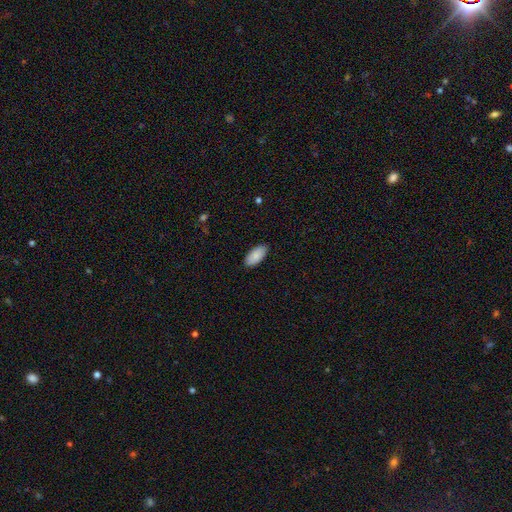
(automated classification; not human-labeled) Smooth or featured? Predicted: smooth (p=0.88). How rounded? Predicted: in between (p=0.93). Merging? Predicted: none (p=0.89).